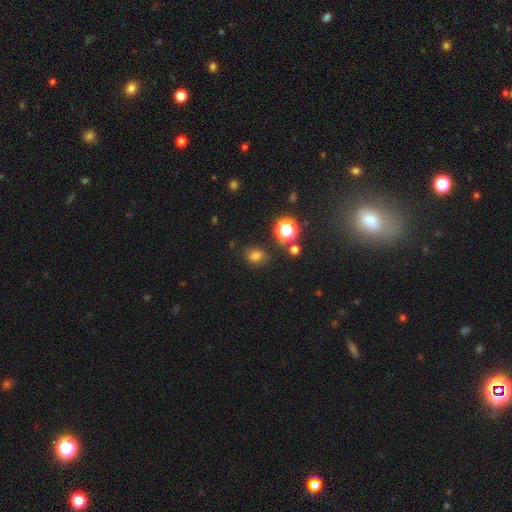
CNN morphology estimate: Smooth or featured: smooth — 74% (star or artifact — 20%)
How rounded: round — 60% (in between — 39%)
Merging: none — 81% (minor disturbance — 12%)